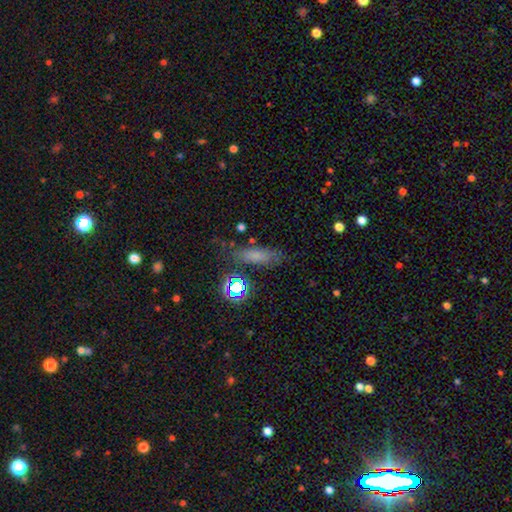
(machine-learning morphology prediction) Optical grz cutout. It shows a smooth galaxy with no disk features (63%) that is in between round and cigar-shaped (48%). Merging: none (69%).